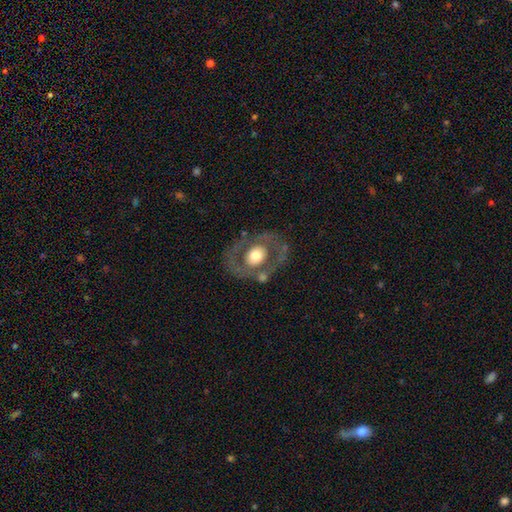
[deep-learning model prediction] smooth-or-featured: featured or disk: 57% | smooth: 38% | star or artifact: 6%
  disk-edge-on: no: 94% | yes: 6%
    bar: no: 86% | weak: 10% | strong: 4%
    has-spiral-arms: no: 80% | yes: 20%
    bulge-size: moderate: 50% | large: 41% | small: 4% | dominant: 4% | none: 1%
  merging: none: 70% | minor disturbance: 15% | major disturbance: 10% | merger: 6%